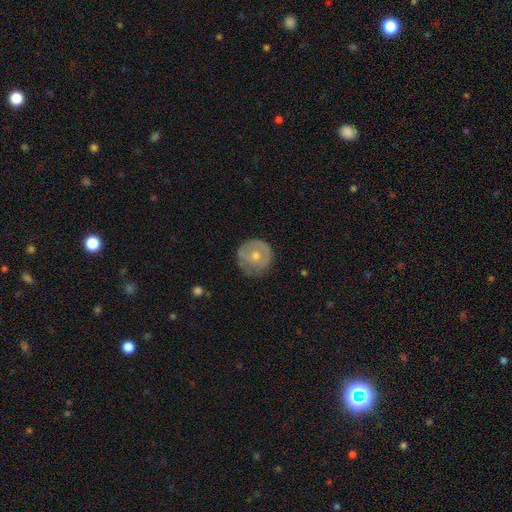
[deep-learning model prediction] Morphology: type=featured or disk (49%); merging=none (78%).